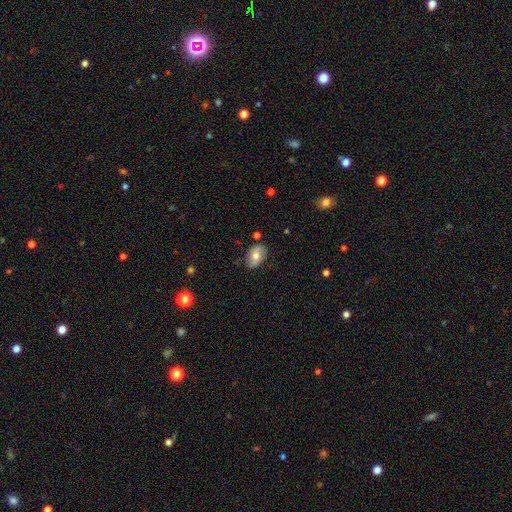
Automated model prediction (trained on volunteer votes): Overall: smooth (59%; featured or disk 33%). How rounded: in between (87%). Merging: none (74%).